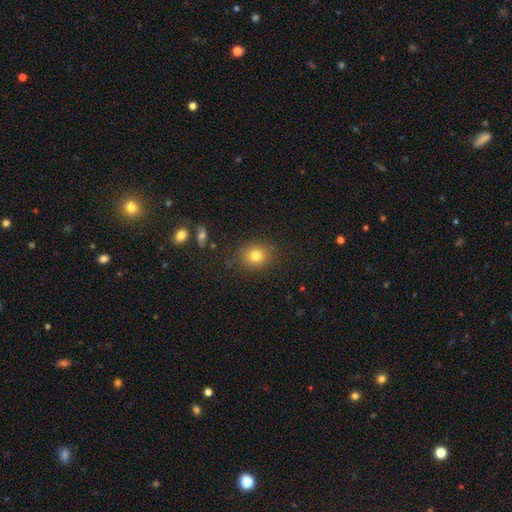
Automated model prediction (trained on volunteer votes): A smooth galaxy with no disk features (79%) that is round (66%). Merging: none (83%).